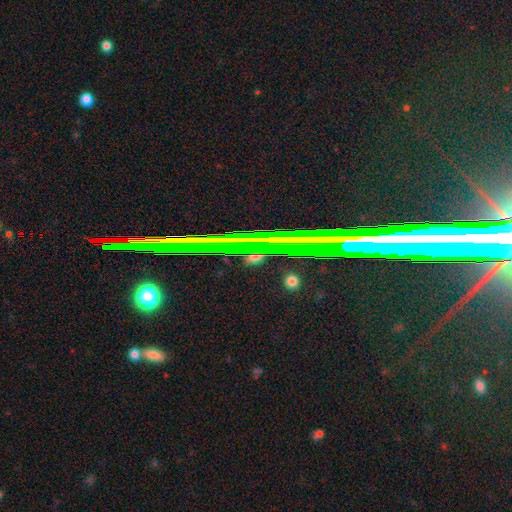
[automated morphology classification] Smooth or featured?
  - star or artifact: 68% *
  - smooth: 17%
  - featured or disk: 15%